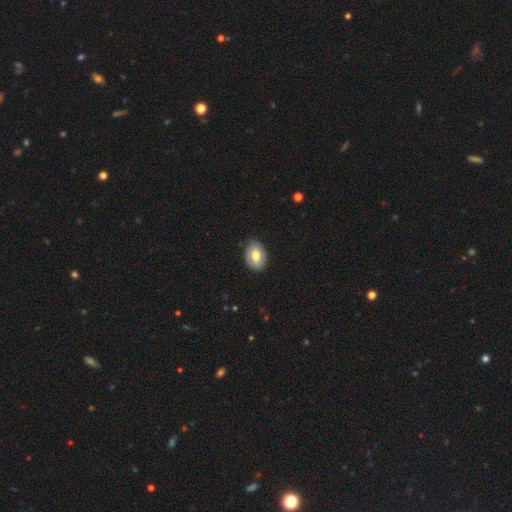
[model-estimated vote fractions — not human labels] This appears to be a smooth galaxy with no disk features (66%) that is in between round and cigar-shaped (80%). Merging: none (78%).